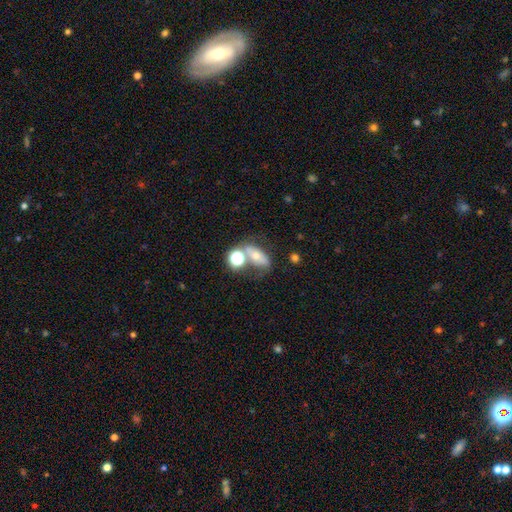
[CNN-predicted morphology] The model was most divided on "merging": none: 41%, merger: 32%, minor disturbance: 16%, major disturbance: 11%. More confident: how rounded — in between (71%); smooth or featured — smooth (55%).